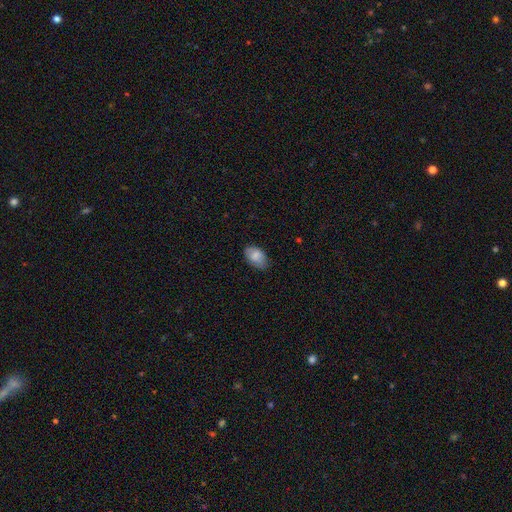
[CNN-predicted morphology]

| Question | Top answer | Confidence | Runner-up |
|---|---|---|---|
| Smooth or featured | smooth | 82% | featured or disk (11%) |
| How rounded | in between | 92% | round (7%) |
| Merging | none | 77% | minor disturbance (19%) |